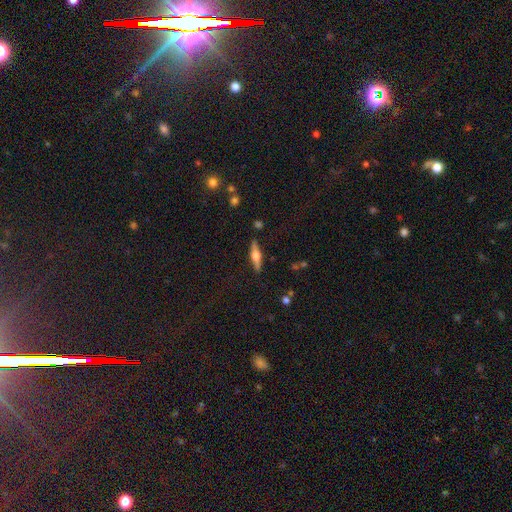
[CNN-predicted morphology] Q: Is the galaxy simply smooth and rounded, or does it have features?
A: featured or disk — 67%.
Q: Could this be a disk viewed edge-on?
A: yes — 97%.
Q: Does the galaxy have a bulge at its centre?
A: rounded — 88%.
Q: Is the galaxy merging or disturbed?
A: none — 87%.